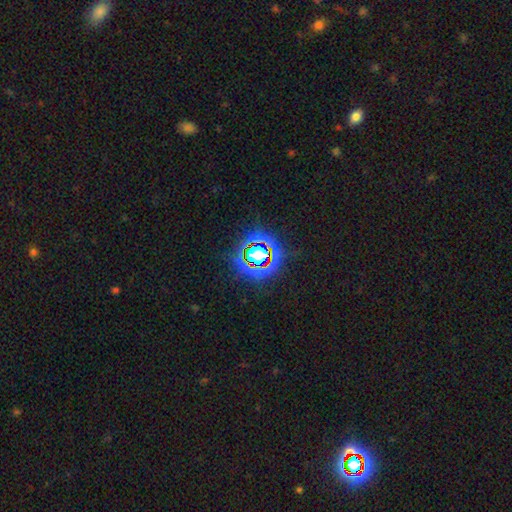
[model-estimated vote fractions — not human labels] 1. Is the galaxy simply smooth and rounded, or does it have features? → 80% star or artifact, 12% smooth, 8% featured or disk.